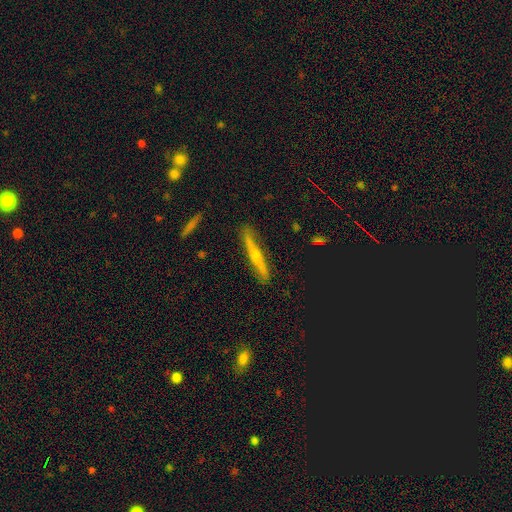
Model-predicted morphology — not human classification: The model was most divided on "smooth or featured": featured or disk: 64%, smooth: 28%, star or artifact: 8%. More confident: edge-on disk — yes (94%); merging — none (85%); edge-on bulge — rounded (78%).